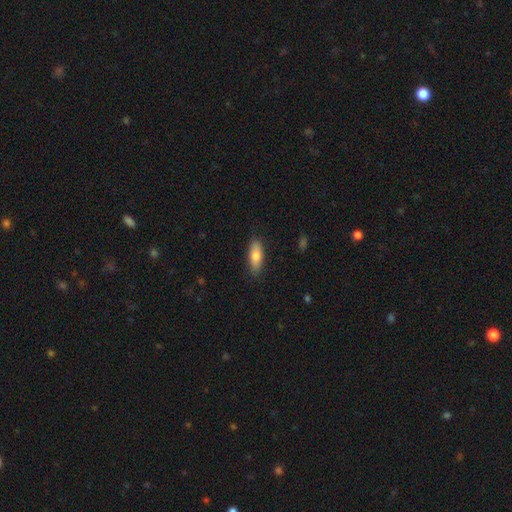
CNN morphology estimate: smooth 78%, featured or disk 16%, star or artifact 6%. Down the decision tree: how rounded — in between (68%); merging — none (85%).